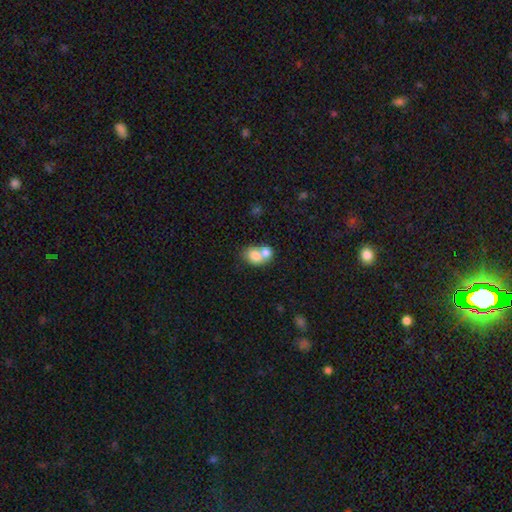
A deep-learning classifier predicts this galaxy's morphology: Smooth or featured?
  - smooth: 75% *
  - featured or disk: 17%
  - star or artifact: 8%
How rounded?
  - in between: 51% *
  - round: 48%
  - cigar-shaped: 1%
Merging?
  - merger: 67% *
  - none: 23%
  - minor disturbance: 6%
  - major disturbance: 3%